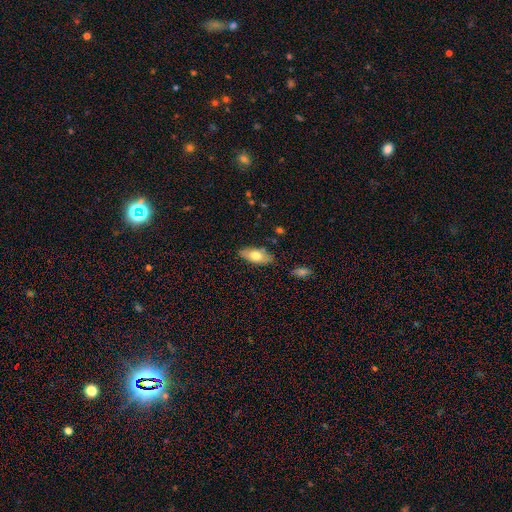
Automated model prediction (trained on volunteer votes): Overall: smooth (69%). How rounded: in between (85%). Merging: none (82%).